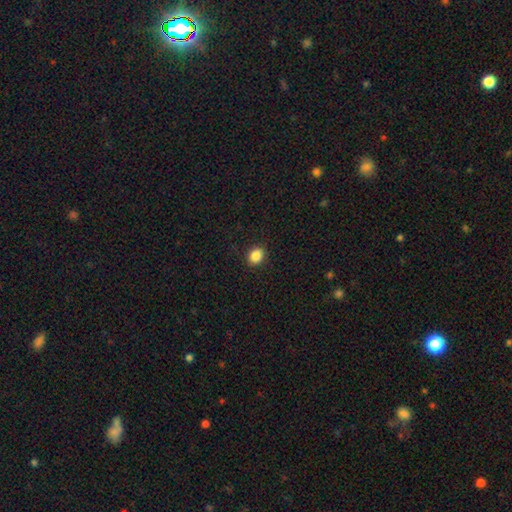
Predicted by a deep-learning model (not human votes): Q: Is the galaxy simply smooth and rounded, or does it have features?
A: smooth — 87%.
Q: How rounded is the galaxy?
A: round — 63%.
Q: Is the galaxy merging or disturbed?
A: none — 90%.